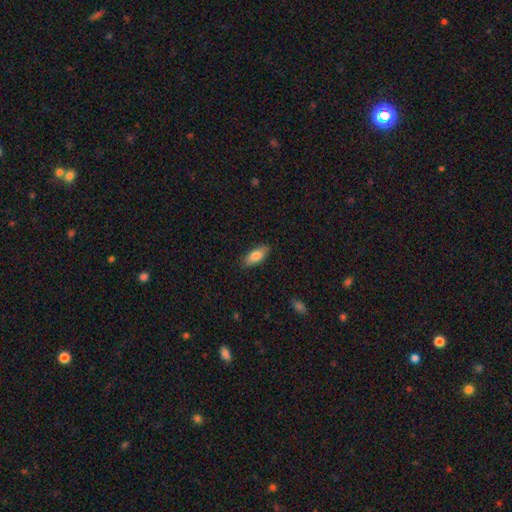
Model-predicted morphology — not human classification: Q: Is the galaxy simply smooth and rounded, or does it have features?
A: smooth — 82%.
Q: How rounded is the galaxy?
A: in between — 78%.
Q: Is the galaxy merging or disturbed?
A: none — 86%.